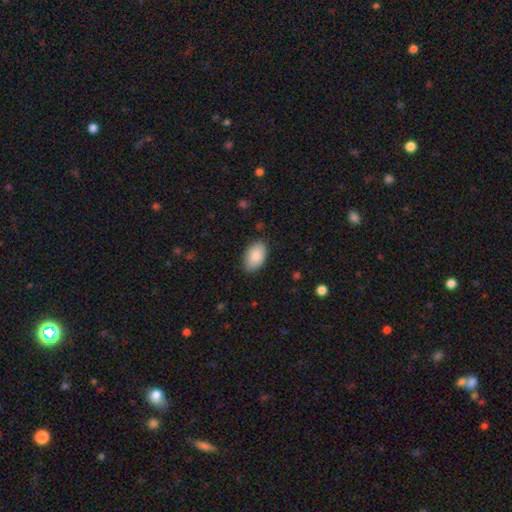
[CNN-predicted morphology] A smooth galaxy with no disk features (87%) that is in between round and cigar-shaped (93%). Merging: none (83%).